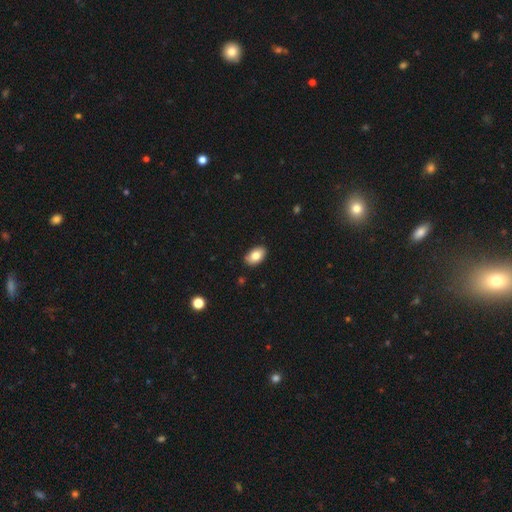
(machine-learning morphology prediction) smooth_or_featured: smooth (p=0.82) [alt: featured or disk p=0.11]
how_rounded: in between (p=0.92) [alt: round p=0.06]
merging: none (p=0.87) [alt: minor disturbance p=0.10]